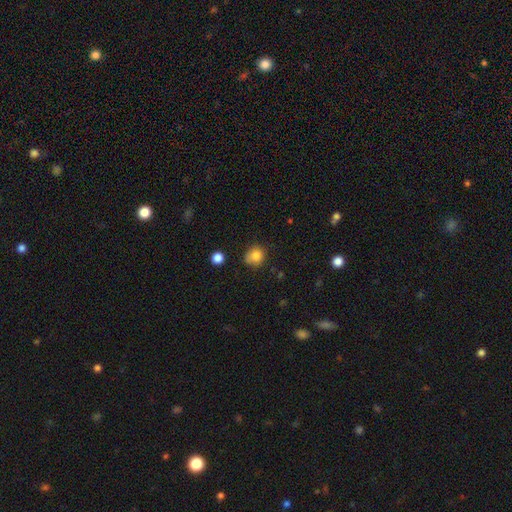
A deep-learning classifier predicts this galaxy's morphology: Overall: smooth (83%). How rounded: round (77%). Merging: none (66%).